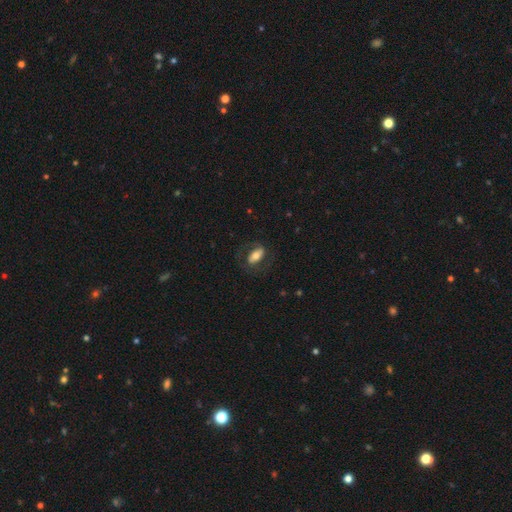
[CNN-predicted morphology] Q: Smooth or featured?
A: smooth (50%); runner-up: featured or disk (44%)
Q: Merging?
A: none (68%); runner-up: minor disturbance (16%)